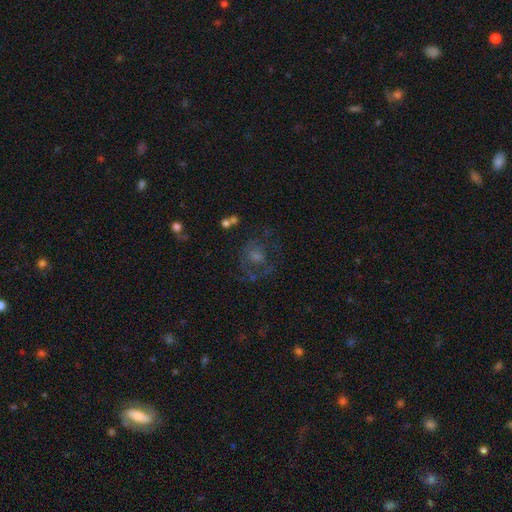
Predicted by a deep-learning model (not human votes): A featured or disk galaxy (48%). Merging: none (59%).